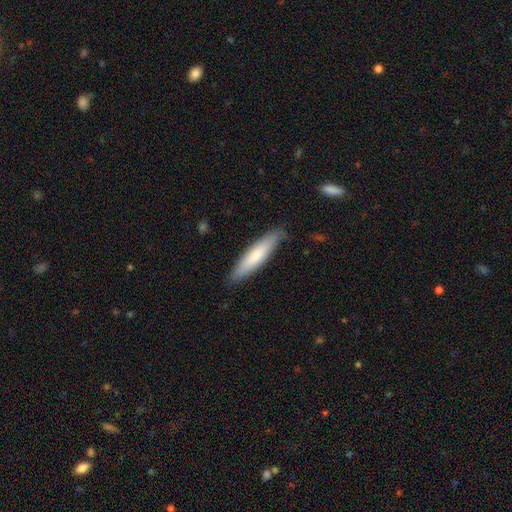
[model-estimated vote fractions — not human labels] A smooth galaxy with no disk features (75%) that is cigar-shaped (80%).

Vote fractions:
- Smooth or featured? smooth: 75% / featured or disk: 20% / star or artifact: 5%
- How rounded? cigar-shaped: 80% / in between: 19% / round: 1%
- Merging? none: 83% / minor disturbance: 13% / major disturbance: 2% / merger: 1%